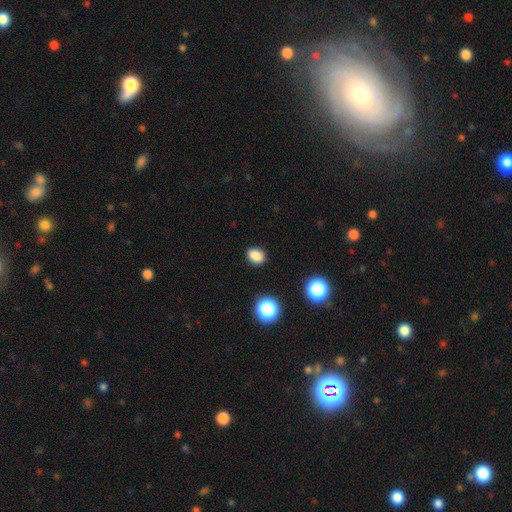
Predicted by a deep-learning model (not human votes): Smooth or featured? smooth (85%)
How rounded? in between (57%)
Merging? none (88%)